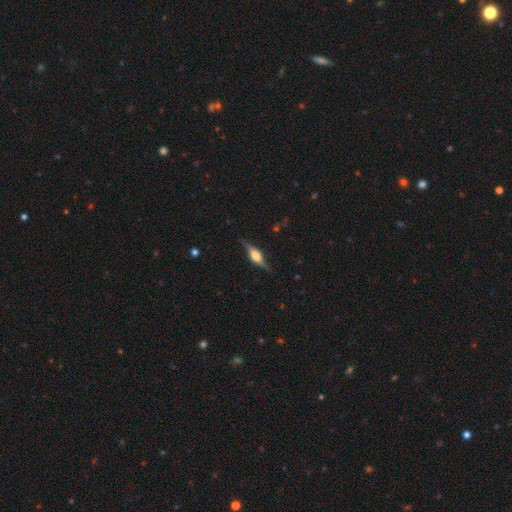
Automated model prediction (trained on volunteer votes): smooth-or-featured: featured or disk: 75% | smooth: 19% | star or artifact: 6%
  disk-edge-on: yes: 93% | no: 7%
    edge-on-bulge: rounded: 87% | boxy: 11% | none: 2%
  merging: none: 80% | minor disturbance: 15% | major disturbance: 4% | merger: 1%